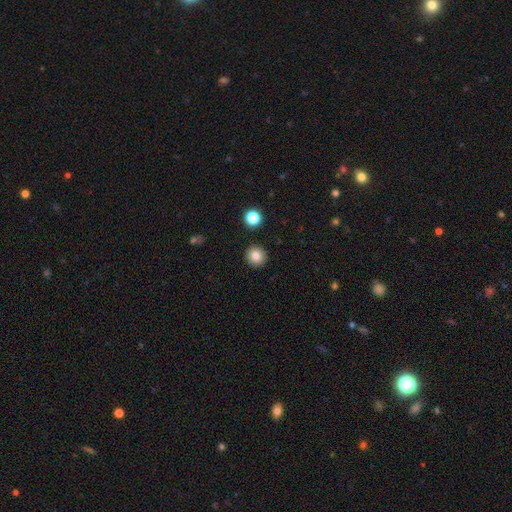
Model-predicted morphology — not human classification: Smooth or featured?
  - smooth: 83% *
  - star or artifact: 10%
  - featured or disk: 6%
How rounded?
  - round: 93% *
  - in between: 6%
  - cigar-shaped: 1%
Merging?
  - none: 92% *
  - minor disturbance: 5%
  - major disturbance: 2%
  - merger: 2%